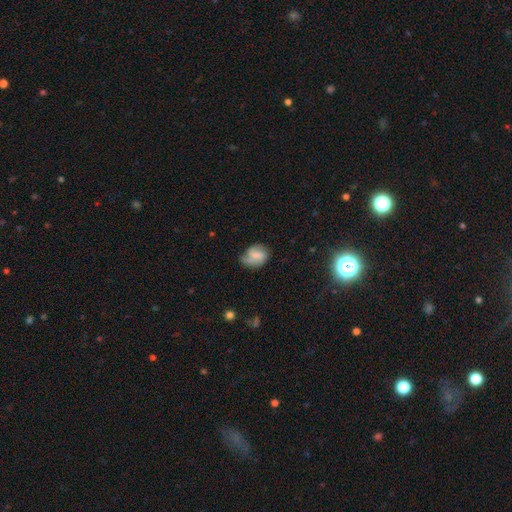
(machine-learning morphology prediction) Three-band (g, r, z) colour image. It shows a featured or disk galaxy (48%). Merging: none (45%).